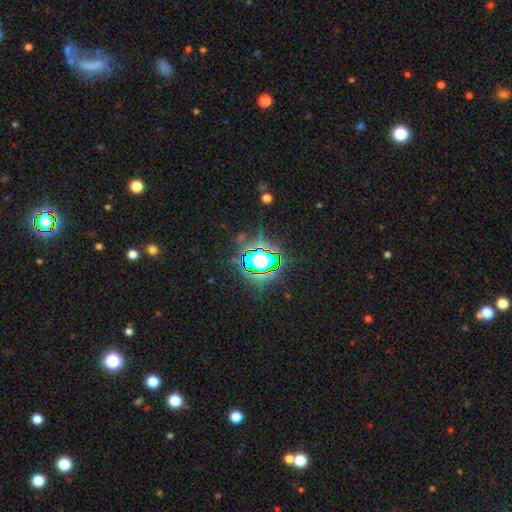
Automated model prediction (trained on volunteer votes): This appears to be a star or artifact, not a galaxy (69%).